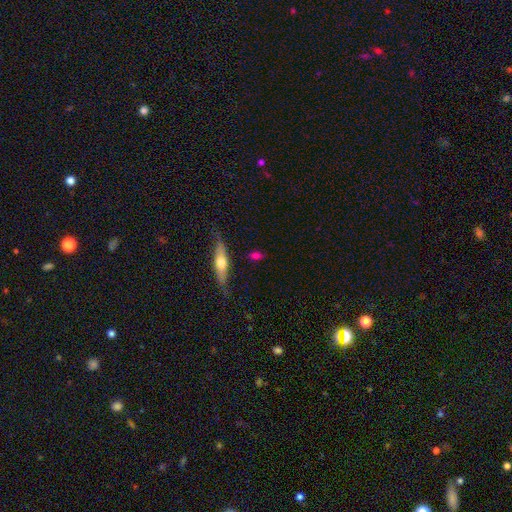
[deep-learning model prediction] smooth 54%, featured or disk 36%, star or artifact 10%. Down the decision tree: how rounded — in between (46%); merging — none (72%).